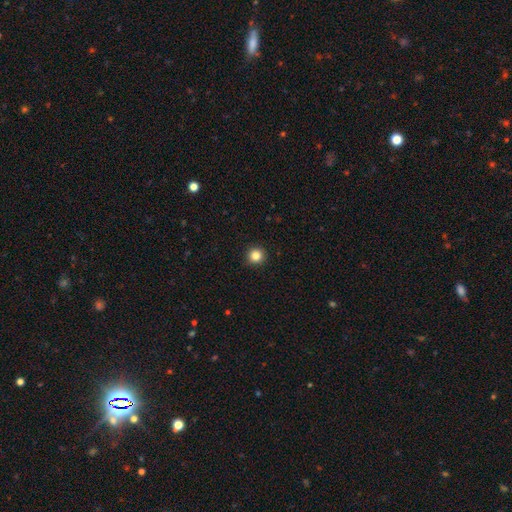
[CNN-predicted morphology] Overall: smooth (85%). How rounded: round (95%). Merging: none (92%).